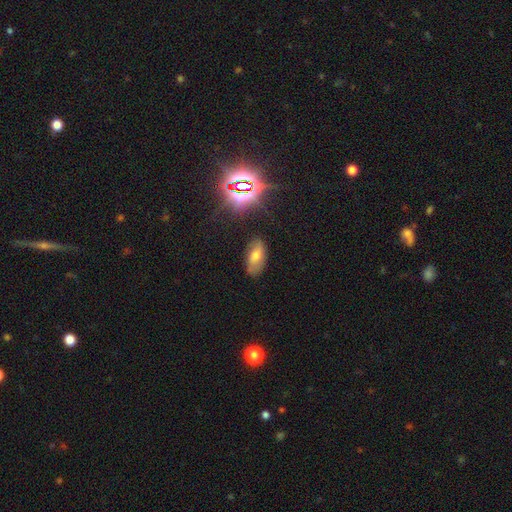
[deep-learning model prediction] This appears to be a smooth galaxy with no disk features (49%). Merging: none (79%).